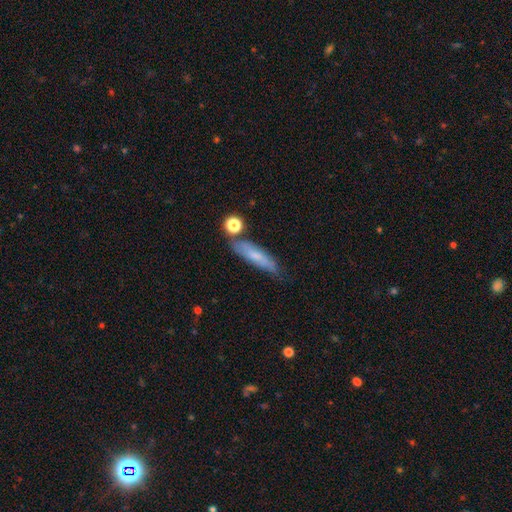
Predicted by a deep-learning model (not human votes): A smooth galaxy with no disk features (62%) that is cigar-shaped (72%). Merging: none (64%).